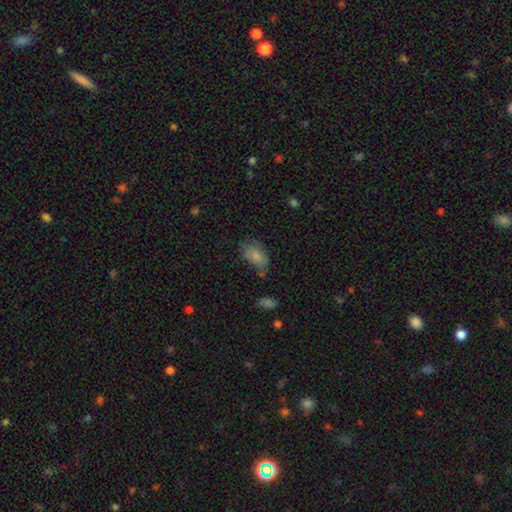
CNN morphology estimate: type=smooth (76%); roundness=in between (90%); merging=none (40%).